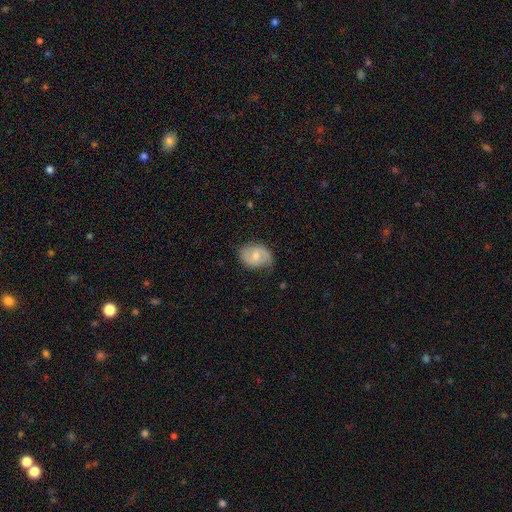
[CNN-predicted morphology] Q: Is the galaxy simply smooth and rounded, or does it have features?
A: featured or disk — 47%.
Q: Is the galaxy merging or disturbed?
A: none — 67%.